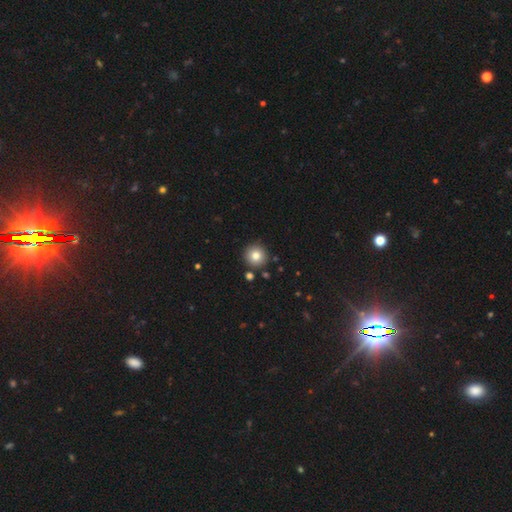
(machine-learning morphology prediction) smooth 81%, star or artifact 11%, featured or disk 8%. Down the decision tree: how rounded — round (95%); merging — none (87%).